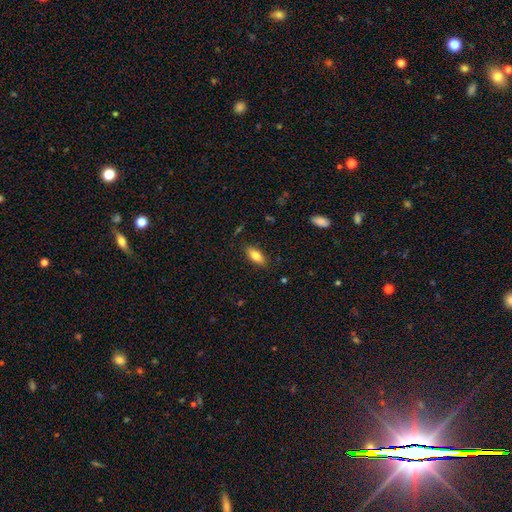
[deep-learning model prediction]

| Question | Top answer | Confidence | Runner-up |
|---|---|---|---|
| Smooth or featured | smooth | 80% | featured or disk (13%) |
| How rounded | in between | 80% | cigar-shaped (17%) |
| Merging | none | 86% | minor disturbance (10%) |